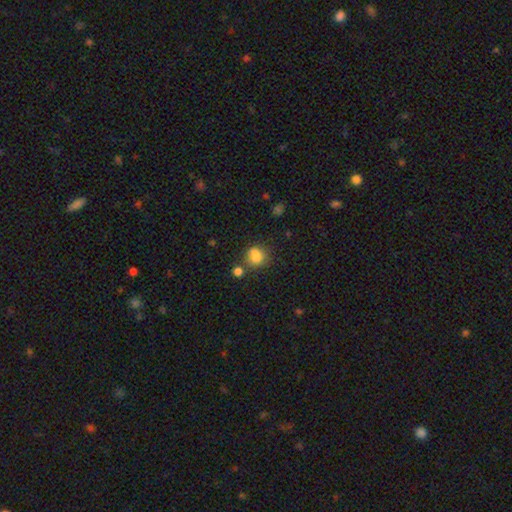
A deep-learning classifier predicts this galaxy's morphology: Smooth or featured?
  - smooth: 80% *
  - star or artifact: 12%
  - featured or disk: 8%
How rounded?
  - in between: 51% *
  - round: 48%
  - cigar-shaped: 2%
Merging?
  - none: 56% *
  - minor disturbance: 19%
  - merger: 18%
  - major disturbance: 7%